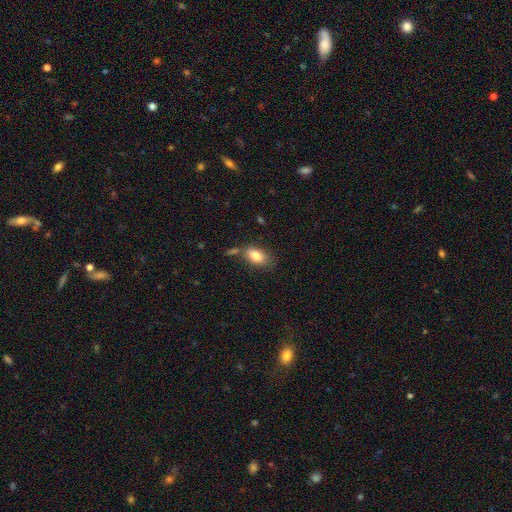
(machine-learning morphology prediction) The model was most divided on "merging": none: 63%, minor disturbance: 17%, merger: 14%, major disturbance: 6%. More confident: how rounded — in between (89%); smooth or featured — smooth (82%).